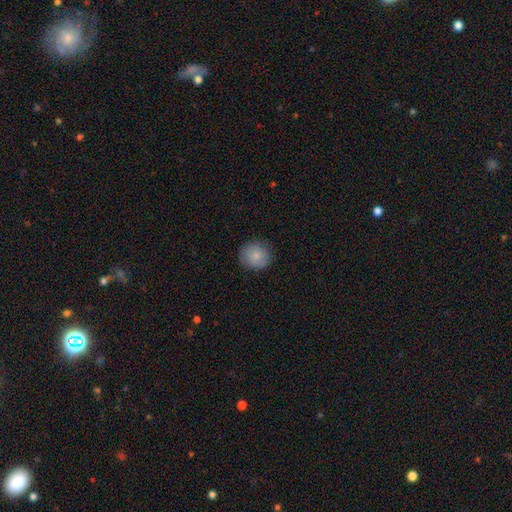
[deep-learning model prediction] smooth_or_featured: smooth (p=0.83) [alt: featured or disk p=0.10]
how_rounded: round (p=0.86) [alt: in between p=0.13]
merging: none (p=0.85) [alt: minor disturbance p=0.11]